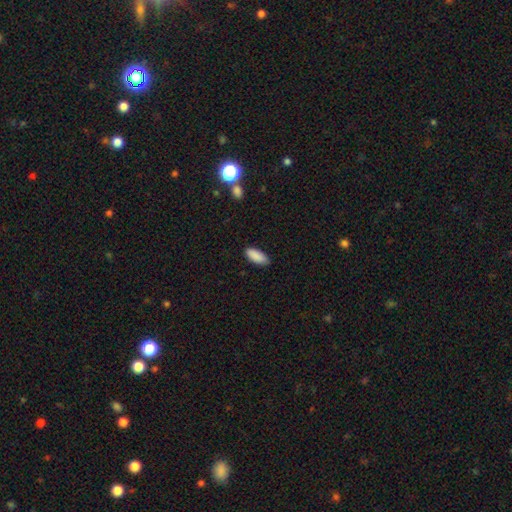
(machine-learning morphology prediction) Smooth or featured? Predicted: smooth (p=0.90). How rounded? Predicted: in between (p=0.82). Merging? Predicted: none (p=0.85).